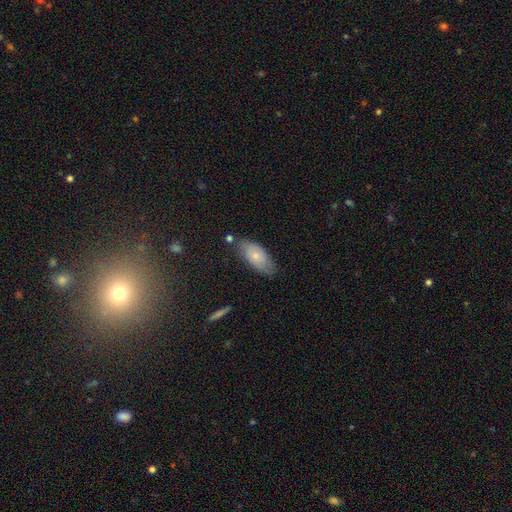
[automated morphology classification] This is likely a smooth galaxy (71%). How rounded: clearly in between (88%). Merging: likely none (67%).